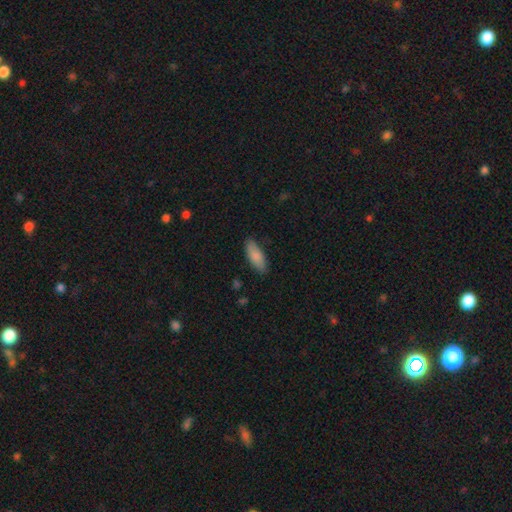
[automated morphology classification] This is clearly a smooth galaxy (86%). How rounded: likely in between (70%). Merging: clearly none (84%).